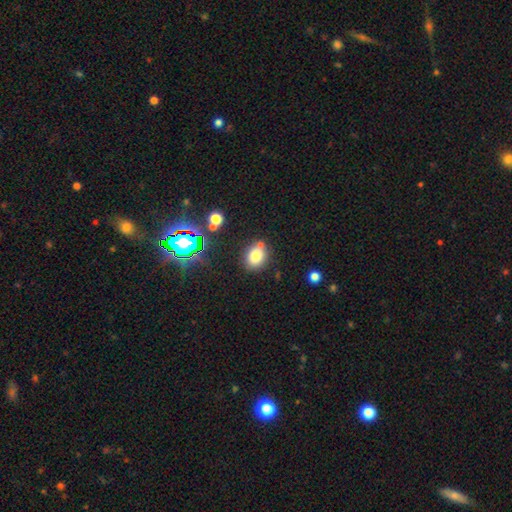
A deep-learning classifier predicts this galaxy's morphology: Smooth or featured: smooth — 77% (star or artifact — 14%)
How rounded: round — 50% (in between — 49%)
Merging: none — 73% (minor disturbance — 13%)